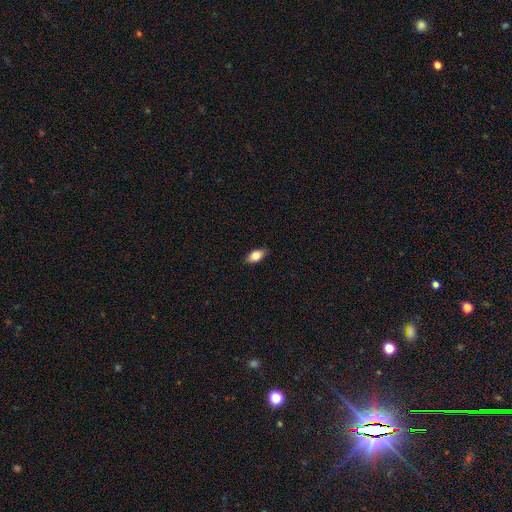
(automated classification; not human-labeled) This is clearly a smooth galaxy (81%). How rounded: clearly in between (89%). Merging: clearly none (86%).